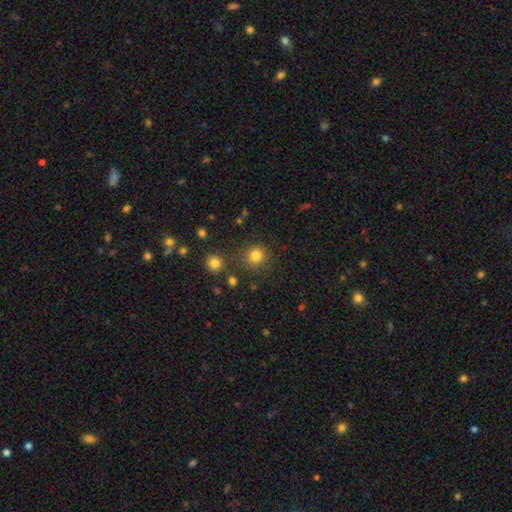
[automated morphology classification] Q: Smooth or featured?
A: smooth (82%); runner-up: star or artifact (13%)
Q: How rounded?
A: round (89%); runner-up: in between (10%)
Q: Merging?
A: none (81%); runner-up: minor disturbance (9%)